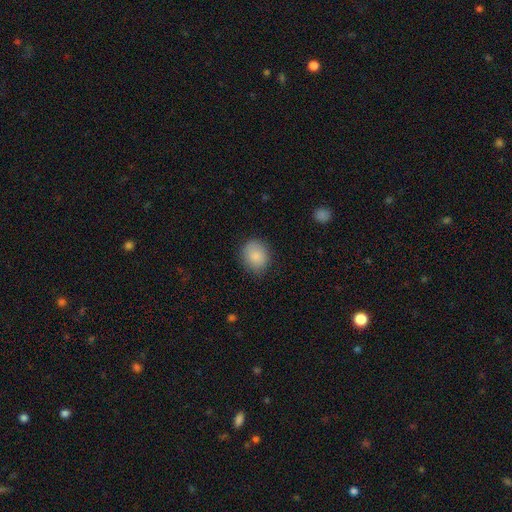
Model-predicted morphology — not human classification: This is clearly a smooth galaxy (86%). How rounded: likely round (72%). Merging: clearly none (82%).